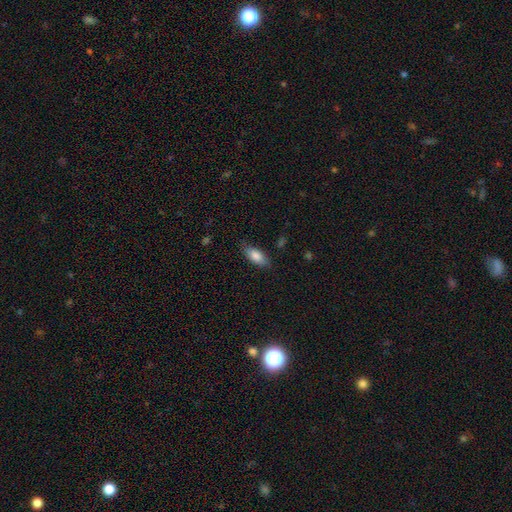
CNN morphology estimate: This is clearly a smooth galaxy (82%). How rounded: clearly in between (84%). Merging: likely none (78%).